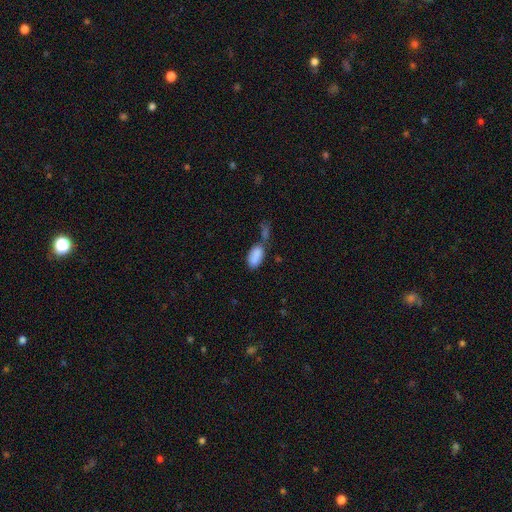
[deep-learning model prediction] smooth-or-featured: smooth: 86% | star or artifact: 8% | featured or disk: 6%
  how-rounded: in between: 94% | round: 4% | cigar-shaped: 3%
  merging: none: 39% | merger: 37% | minor disturbance: 16% | major disturbance: 8%